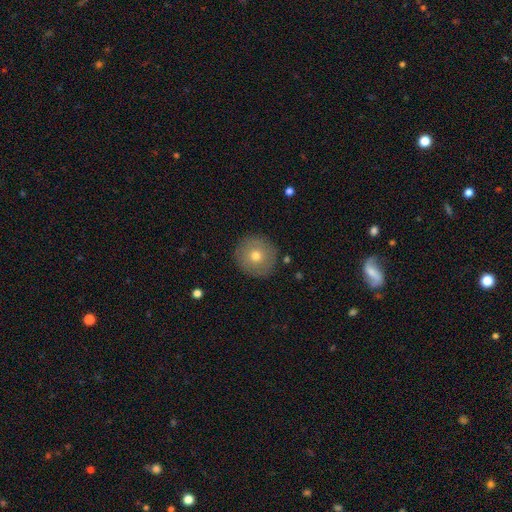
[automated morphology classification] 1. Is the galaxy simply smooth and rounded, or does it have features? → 70% smooth, 20% featured or disk, 9% star or artifact.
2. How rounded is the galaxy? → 96% round, 3% in between, 1% cigar-shaped.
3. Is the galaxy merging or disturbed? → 90% none, 7% minor disturbance, 2% major disturbance, 1% merger.